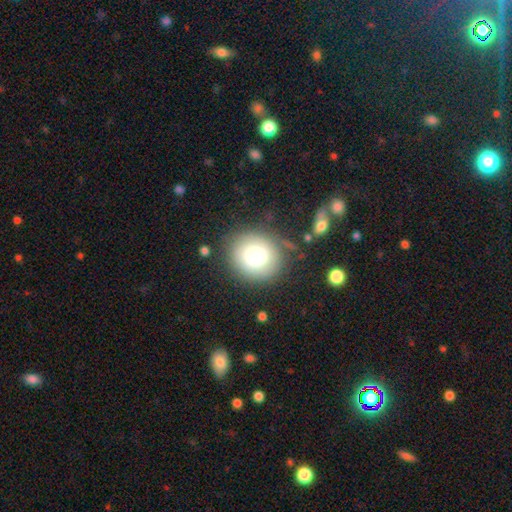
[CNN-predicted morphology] smooth_or_featured: smooth (p=0.75) [alt: featured or disk p=0.15]
how_rounded: round (p=0.84) [alt: in between p=0.15]
merging: none (p=0.80) [alt: minor disturbance p=0.12]